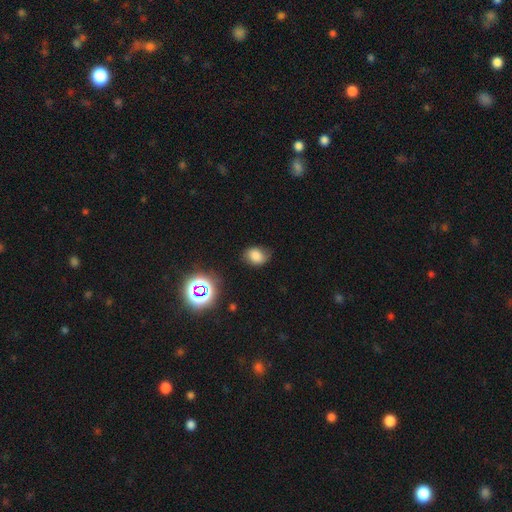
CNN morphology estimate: type=smooth (75%); roundness=in between (60%); merging=none (66%).